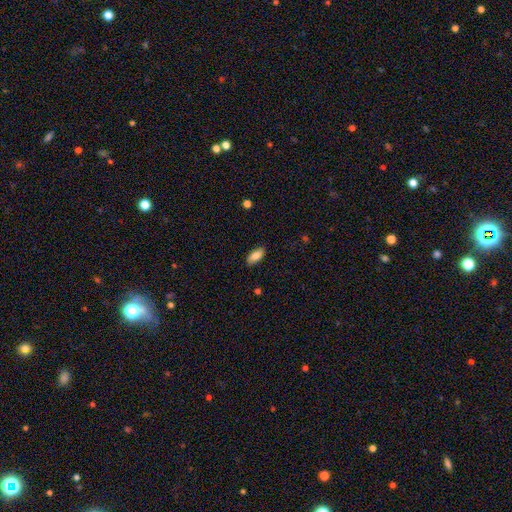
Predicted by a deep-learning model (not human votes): Q: Smooth or featured?
A: smooth (78%); runner-up: featured or disk (15%)
Q: How rounded?
A: in between (84%); runner-up: cigar-shaped (13%)
Q: Merging?
A: none (87%); runner-up: minor disturbance (10%)